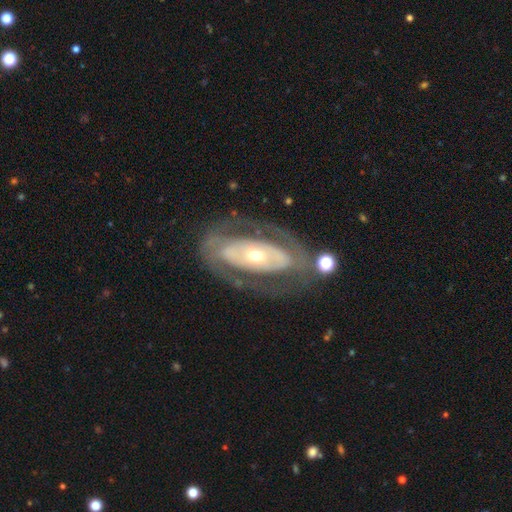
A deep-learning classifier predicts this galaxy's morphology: The model was most divided on "spiral arms": yes: 53%, no: 47%. More confident: edge-on disk — no (92%); smooth or featured — featured or disk (78%); merging — none (70%); bar — no (66%); bulge size — moderate (56%).